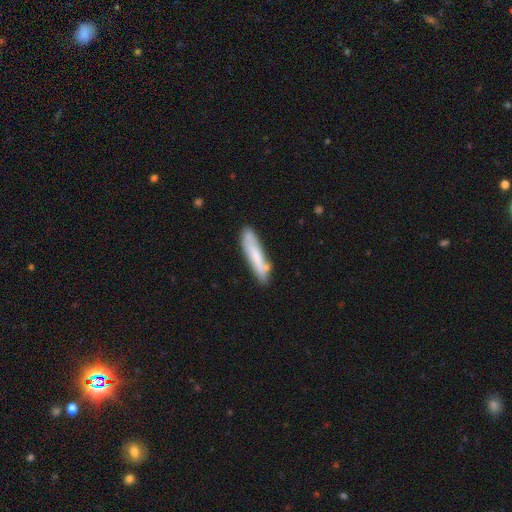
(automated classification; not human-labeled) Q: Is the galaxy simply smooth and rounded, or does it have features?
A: smooth — 68%.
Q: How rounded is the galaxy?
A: cigar-shaped — 86%.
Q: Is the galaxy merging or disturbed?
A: none — 77%.